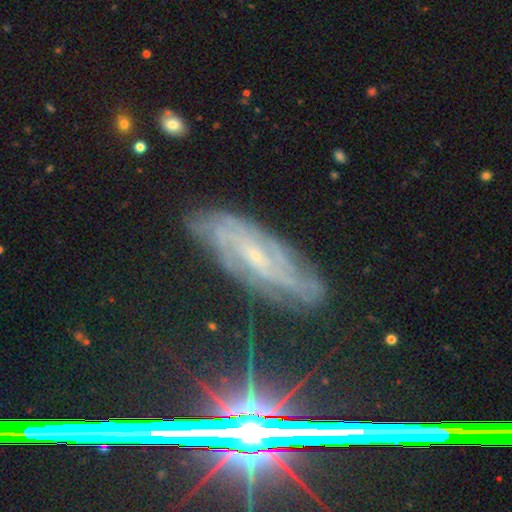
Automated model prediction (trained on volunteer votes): Q: Smooth or featured?
A: featured or disk (74%); runner-up: star or artifact (13%)
Q: Edge-on disk?
A: no (86%); runner-up: yes (14%)
Q: Bar?
A: weak (46%); runner-up: no (34%)
Q: Spiral arms?
A: yes (92%); runner-up: no (8%)
Q: Spiral winding?
A: tight (53%); runner-up: medium (34%)
Q: Spiral arm count?
A: can't tell (42%); runner-up: 2 (31%)
Q: Bulge size?
A: small (70%); runner-up: moderate (22%)
Q: Merging?
A: none (75%); runner-up: minor disturbance (18%)